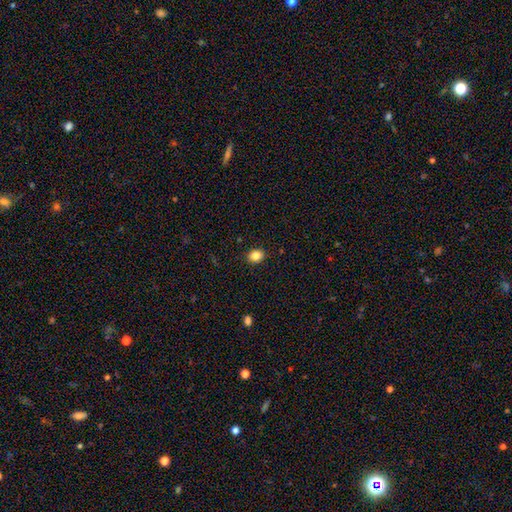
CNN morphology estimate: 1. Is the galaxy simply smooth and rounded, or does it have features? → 85% smooth, 10% star or artifact, 4% featured or disk.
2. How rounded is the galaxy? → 54% round, 46% in between, 1% cigar-shaped.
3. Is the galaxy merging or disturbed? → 90% none, 7% minor disturbance, 2% major disturbance, 1% merger.